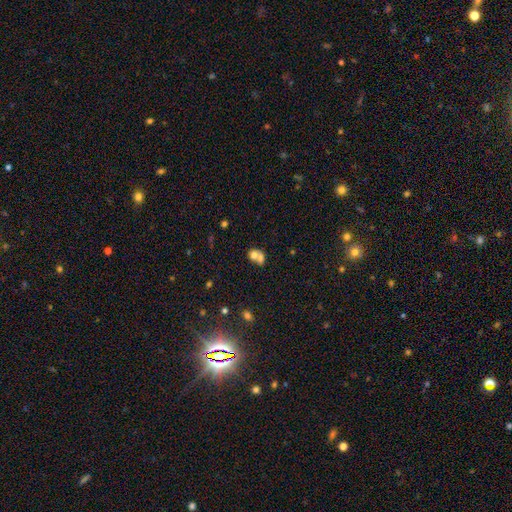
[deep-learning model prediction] Smooth or featured: smooth — 67% (featured or disk — 20%)
How rounded: round — 57% (in between — 42%)
Merging: merger — 64% (none — 23%)